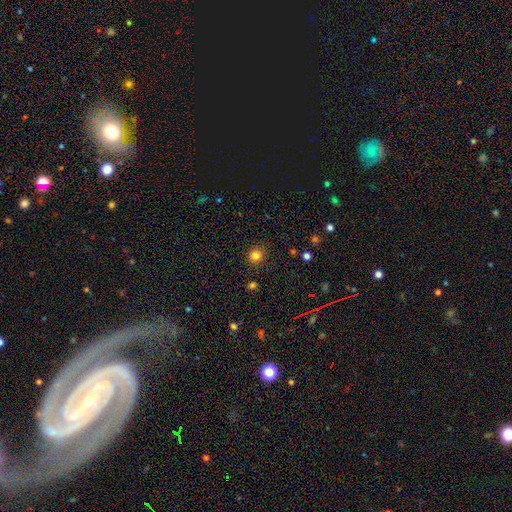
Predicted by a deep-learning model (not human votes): smooth-or-featured: smooth: 82% | star or artifact: 13% | featured or disk: 5%
  how-rounded: round: 92% | in between: 7% | cigar-shaped: 1%
  merging: none: 91% | minor disturbance: 6% | major disturbance: 2% | merger: 1%